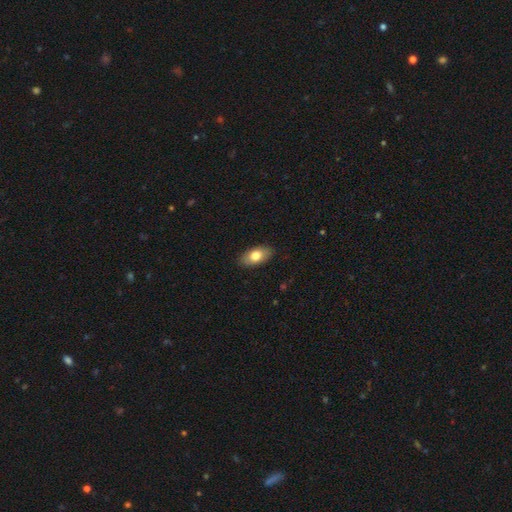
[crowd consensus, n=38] This is likely a smooth galaxy (71%). How rounded: clearly in between (93%). Merging: clearly none (92%).